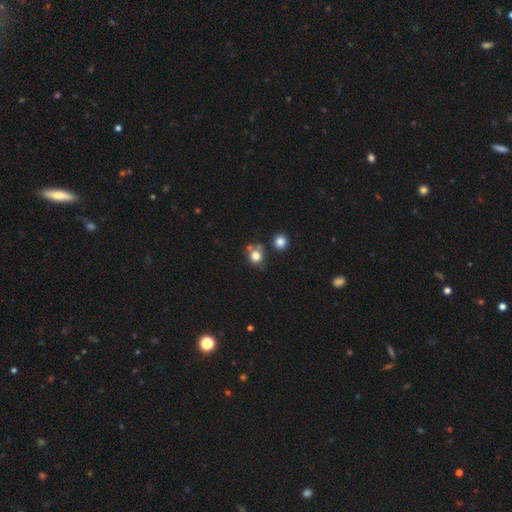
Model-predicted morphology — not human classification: A smooth galaxy with no disk features (76%) that is round (80%).

Vote fractions:
- Smooth or featured? smooth: 76% / star or artifact: 13% / featured or disk: 11%
- How rounded? round: 80% / in between: 19% / cigar-shaped: 1%
- Merging? none: 60% / merger: 20% / minor disturbance: 14% / major disturbance: 6%